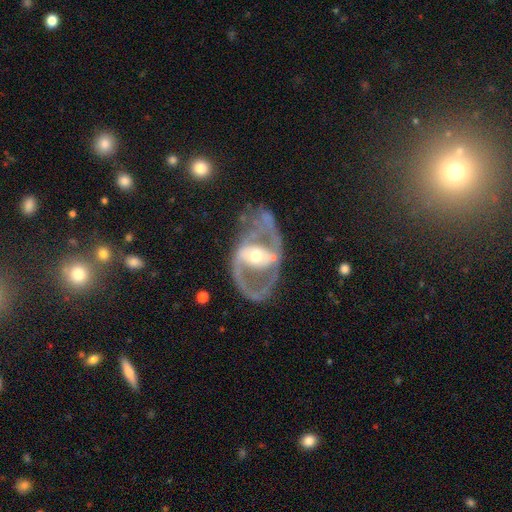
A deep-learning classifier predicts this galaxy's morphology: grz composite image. It shows a featured or disk galaxy (83%) with no bar (40%), 2 (77%) medium (46%) spiral arms (66%) and a moderate central bulge (68%). Merging: none (51%).